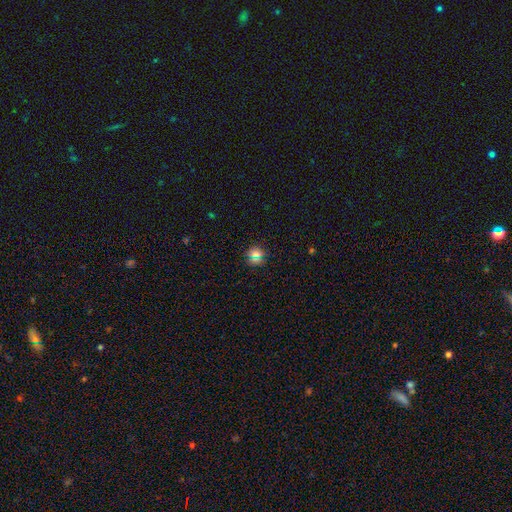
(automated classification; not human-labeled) This appears to be a smooth galaxy with no disk features (66%) that is round (90%). Merging: none (88%).